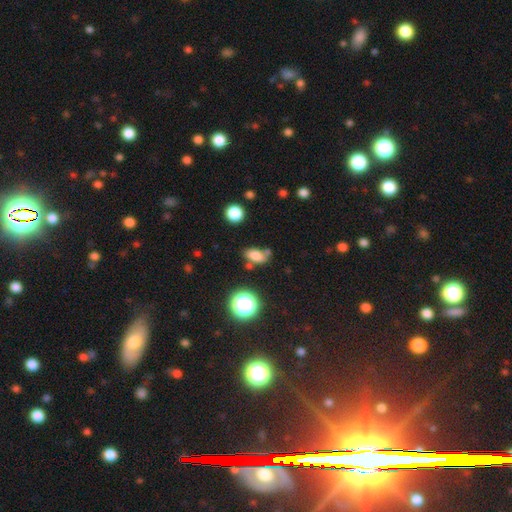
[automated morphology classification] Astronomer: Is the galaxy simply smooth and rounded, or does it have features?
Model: smooth — 78%.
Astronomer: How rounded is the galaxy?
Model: in between — 83%.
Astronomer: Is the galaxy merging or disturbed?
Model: none — 66%.